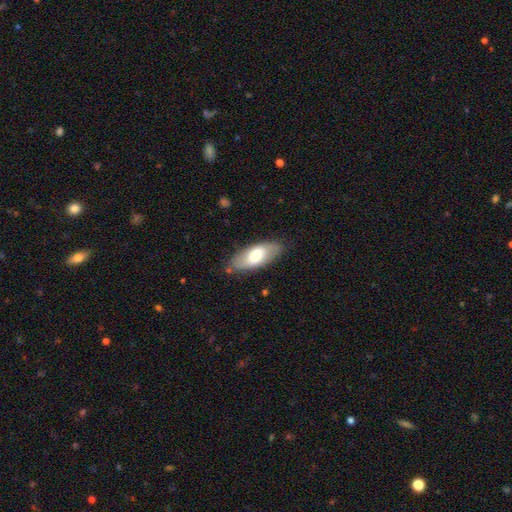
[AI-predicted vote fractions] Smooth or featured: smooth — 67% (featured or disk — 28%)
How rounded: in between — 83% (cigar-shaped — 15%)
Merging: none — 80% (minor disturbance — 15%)